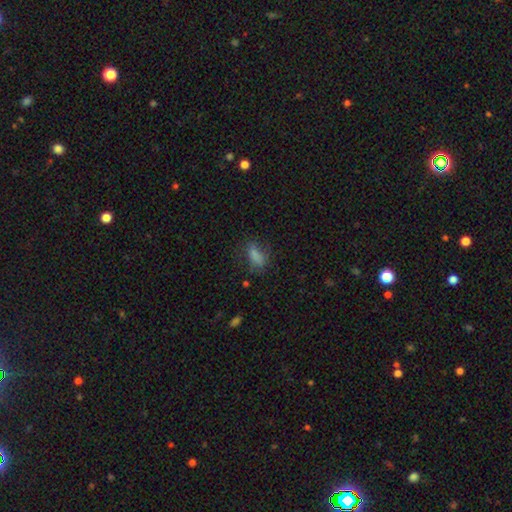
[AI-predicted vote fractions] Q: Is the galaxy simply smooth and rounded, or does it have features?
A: smooth — 77%.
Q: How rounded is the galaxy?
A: in between — 81%.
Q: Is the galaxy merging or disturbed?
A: none — 58%.